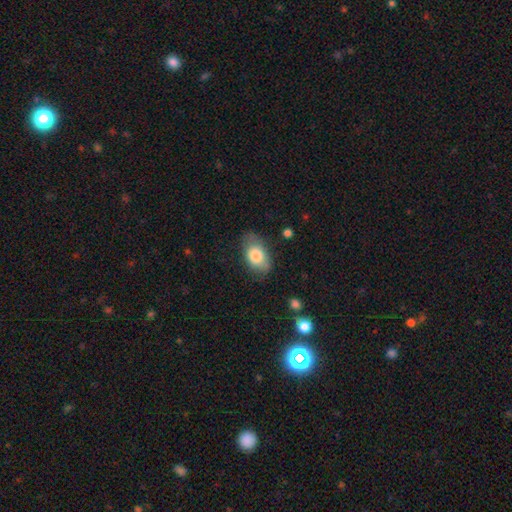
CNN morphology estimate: A smooth galaxy with no disk features (78%) that is in between round and cigar-shaped (89%). Merging: none (70%).